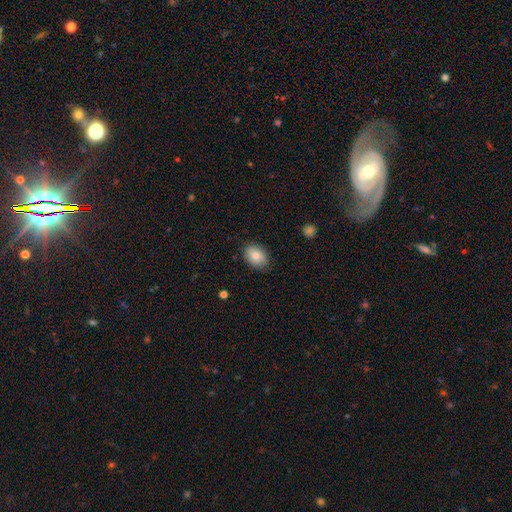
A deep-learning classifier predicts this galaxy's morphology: Smooth or featured? smooth (85%)
How rounded? in between (81%)
Merging? none (83%)